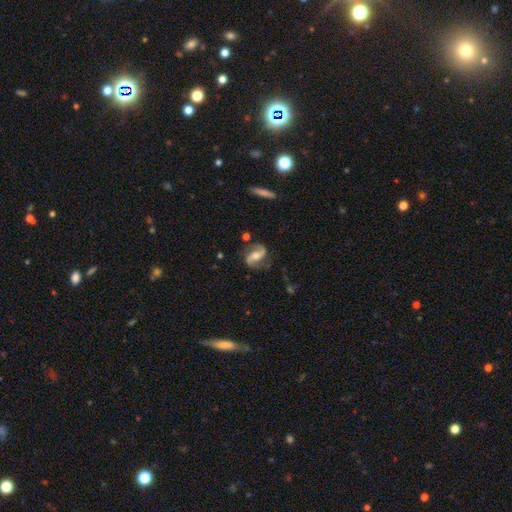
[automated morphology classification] smooth-or-featured: featured or disk: 83% | smooth: 11% | star or artifact: 6%
  disk-edge-on: no: 96% | yes: 4%
    bar: weak: 37% | no: 35% | strong: 28%
    has-spiral-arms: yes: 96% | no: 4%
      spiral-winding: loose: 45% | medium: 41% | tight: 14%
      spiral-arm-count: 2: 92% | can't tell: 3% | 1: 2% | 3: 1% | 4: 1% | more than 4: 1%
    bulge-size: moderate: 58% | small: 25% | large: 11% | none: 5% | dominant: 2%
  merging: none: 75% | minor disturbance: 15% | major disturbance: 7% | merger: 3%